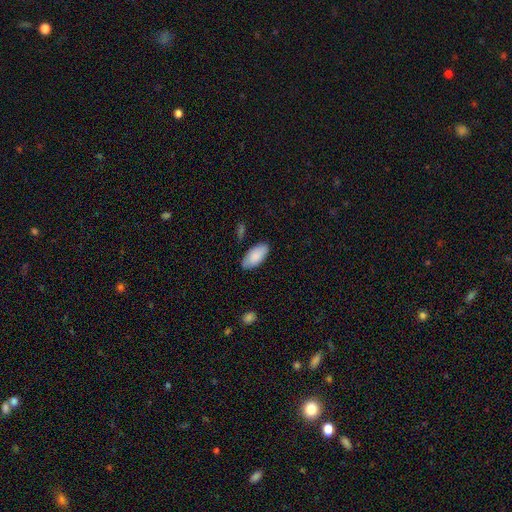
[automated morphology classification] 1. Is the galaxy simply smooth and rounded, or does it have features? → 87% smooth, 7% featured or disk, 6% star or artifact.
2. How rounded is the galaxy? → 92% in between, 7% cigar-shaped, 2% round.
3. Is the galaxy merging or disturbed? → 84% none, 12% minor disturbance, 2% major disturbance, 2% merger.